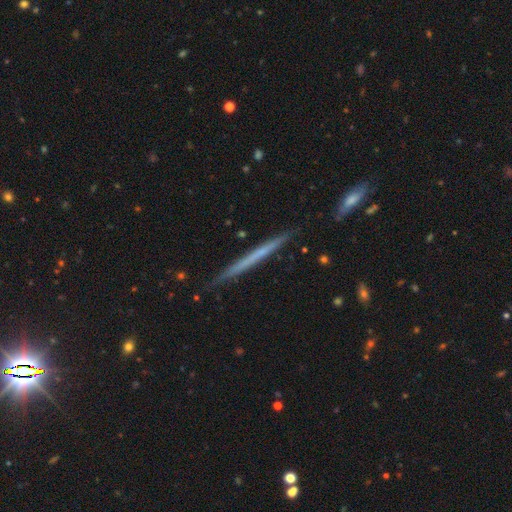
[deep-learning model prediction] smooth_or_featured: featured or disk (p=0.50) [alt: smooth p=0.44]
disk_edge_on: yes (p=0.97) [alt: no p=0.03]
merging: none (p=0.88) [alt: minor disturbance p=0.09]